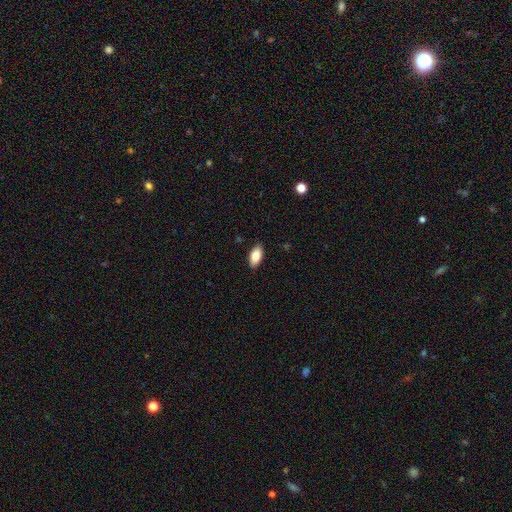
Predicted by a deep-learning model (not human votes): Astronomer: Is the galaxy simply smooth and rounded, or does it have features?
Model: smooth — 84%.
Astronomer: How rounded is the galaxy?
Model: in between — 91%.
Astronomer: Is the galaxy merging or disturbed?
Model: none — 88%.